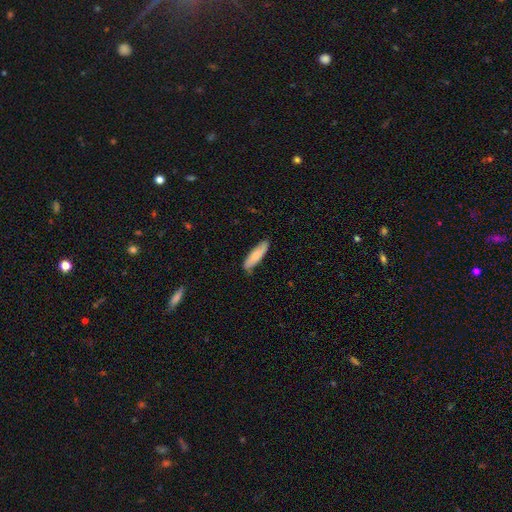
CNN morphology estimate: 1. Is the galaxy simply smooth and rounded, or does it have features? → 75% smooth, 19% featured or disk, 5% star or artifact.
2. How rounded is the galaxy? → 63% cigar-shaped, 35% in between, 2% round.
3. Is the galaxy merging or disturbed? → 78% none, 18% minor disturbance, 2% major disturbance, 1% merger.